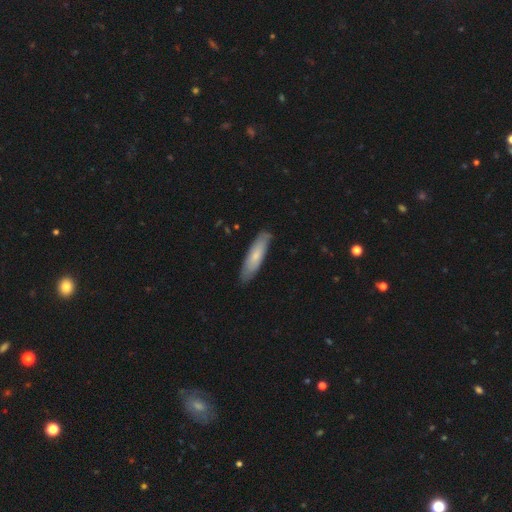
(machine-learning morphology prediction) Q: Smooth or featured?
A: smooth (68%); runner-up: featured or disk (27%)
Q: How rounded?
A: cigar-shaped (65%); runner-up: in between (33%)
Q: Merging?
A: none (83%); runner-up: minor disturbance (14%)